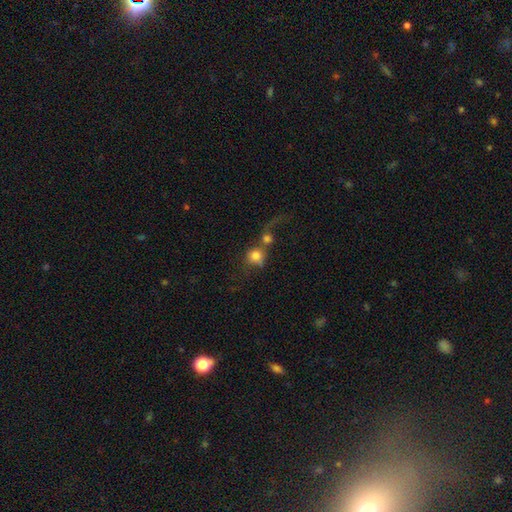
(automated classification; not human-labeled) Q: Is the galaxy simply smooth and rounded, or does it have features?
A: smooth — 72%.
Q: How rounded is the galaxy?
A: round — 79%.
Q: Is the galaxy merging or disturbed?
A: merger — 59%.